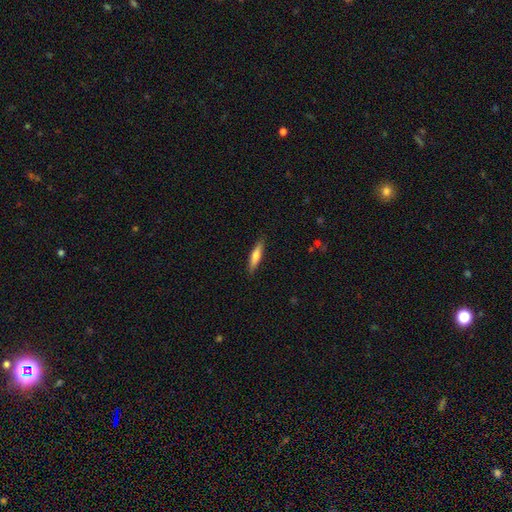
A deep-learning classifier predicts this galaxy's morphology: smooth 67%, featured or disk 27%, star or artifact 6%. Down the decision tree: how rounded — cigar-shaped (79%); merging — none (88%).